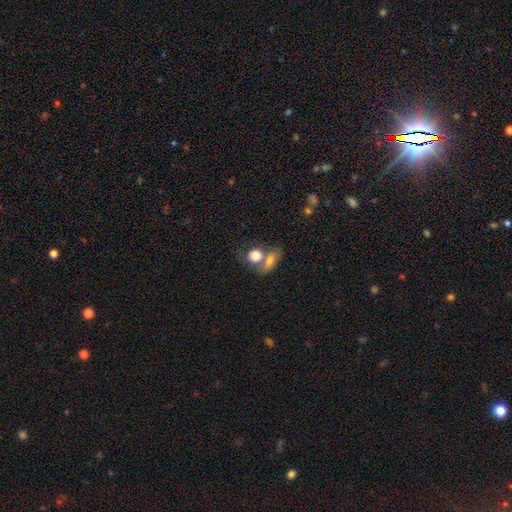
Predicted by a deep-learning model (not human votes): smooth-or-featured: smooth: 78% | featured or disk: 14% | star or artifact: 8%
  how-rounded: round: 58% | in between: 39% | cigar-shaped: 4%
  merging: merger: 53% | none: 32% | minor disturbance: 9% | major disturbance: 6%